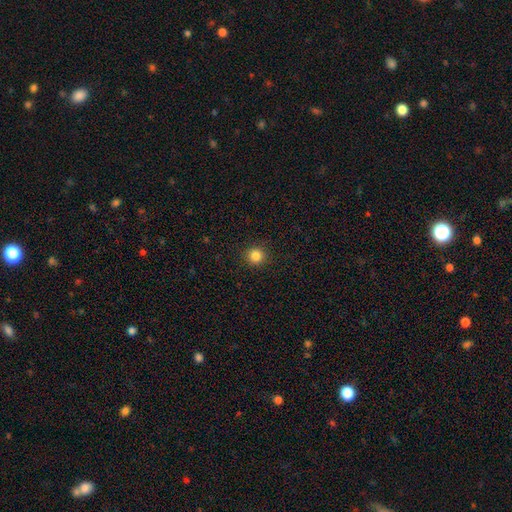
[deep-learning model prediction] The model was most divided on "smooth or featured": smooth: 84%, star or artifact: 12%, featured or disk: 4%. More confident: how rounded — round (94%); merging — none (92%).